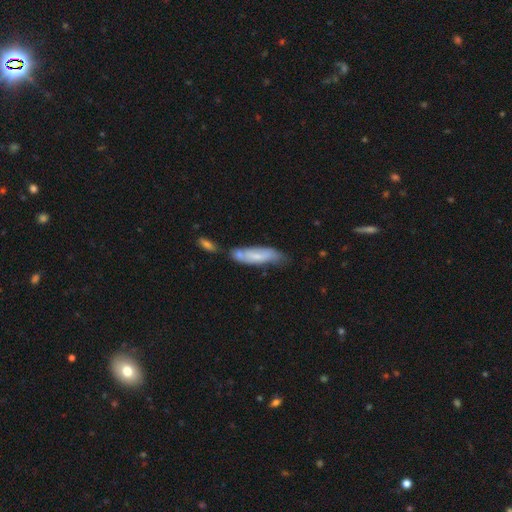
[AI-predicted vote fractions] This appears to be a smooth galaxy with no disk features (58%) that is cigar-shaped (58%). Merging: none (44%).